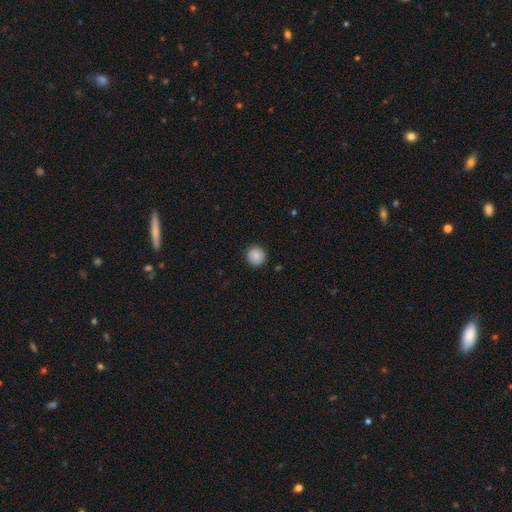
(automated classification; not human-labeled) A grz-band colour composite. It shows a smooth galaxy with no disk features (87%) that is round (94%). Merging: none (90%).